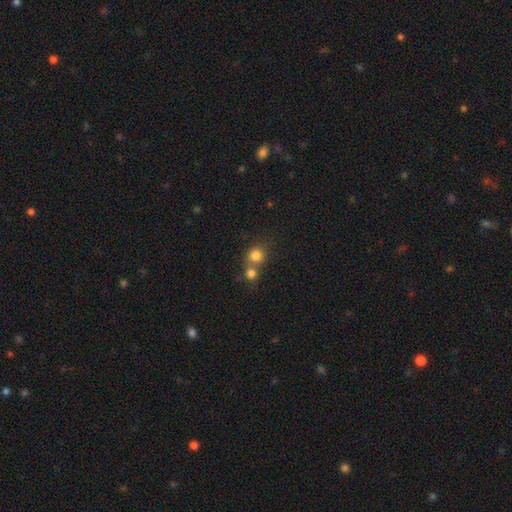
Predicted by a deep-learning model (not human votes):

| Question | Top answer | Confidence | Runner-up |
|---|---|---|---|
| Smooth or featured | smooth | 80% | star or artifact (12%) |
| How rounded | round | 87% | in between (12%) |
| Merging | merger | 47% | none (45%) |